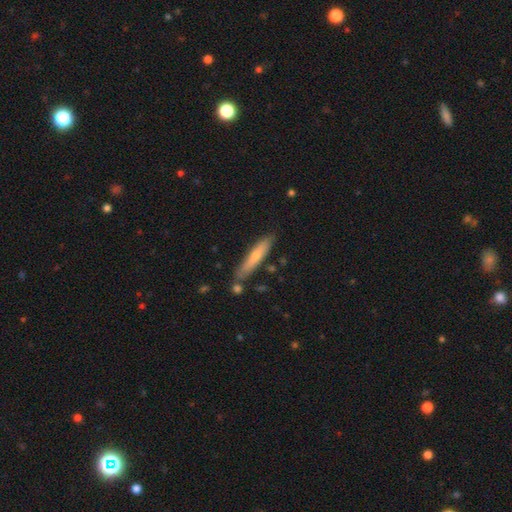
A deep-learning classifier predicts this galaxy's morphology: smooth-or-featured: smooth: 65% | featured or disk: 30% | star or artifact: 5%
  how-rounded: cigar-shaped: 89% | in between: 10% | round: 1%
  merging: none: 77% | minor disturbance: 15% | merger: 6% | major disturbance: 3%